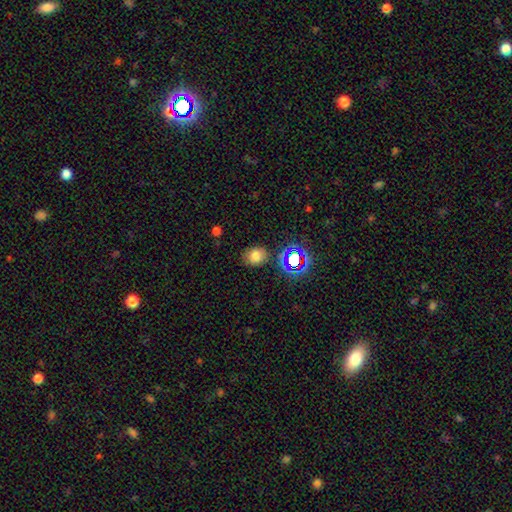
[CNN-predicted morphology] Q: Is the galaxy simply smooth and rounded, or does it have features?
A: smooth — 74%.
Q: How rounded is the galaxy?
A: round — 53%.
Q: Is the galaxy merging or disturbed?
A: none — 81%.